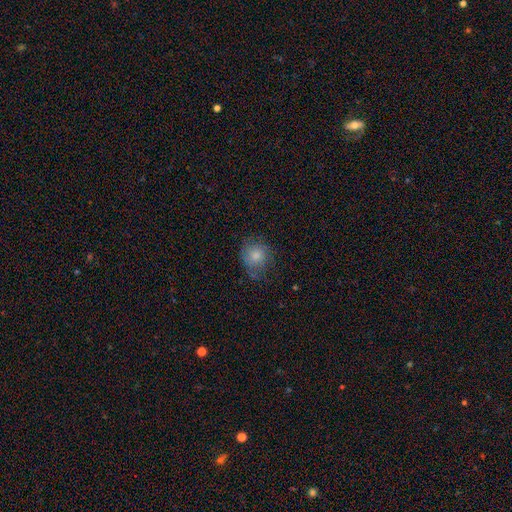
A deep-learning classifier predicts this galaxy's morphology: smooth 76%, featured or disk 16%, star or artifact 8%. Down the decision tree: how rounded — round (78%); merging — none (58%).